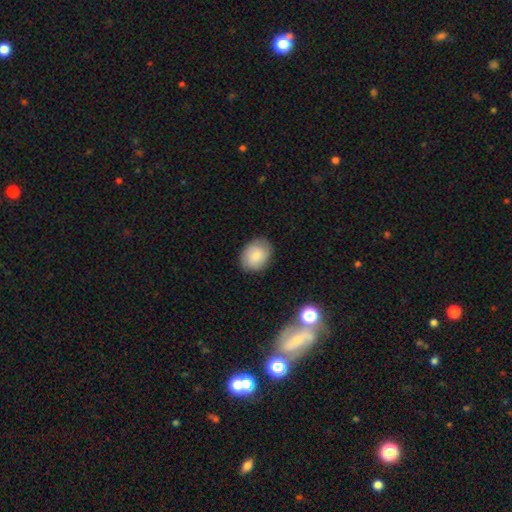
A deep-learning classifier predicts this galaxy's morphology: This appears to be a smooth galaxy with no disk features (83%) that is in between round and cigar-shaped (59%). Merging: none (84%).